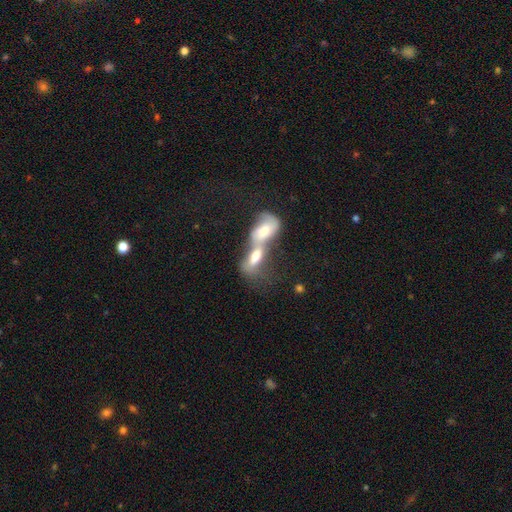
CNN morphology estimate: Smooth or featured?
  - smooth: 51% *
  - featured or disk: 40%
  - star or artifact: 9%
How rounded?
  - in between: 75% *
  - cigar-shaped: 17%
  - round: 8%
Merging?
  - merger: 82% *
  - none: 8%
  - major disturbance: 6%
  - minor disturbance: 4%